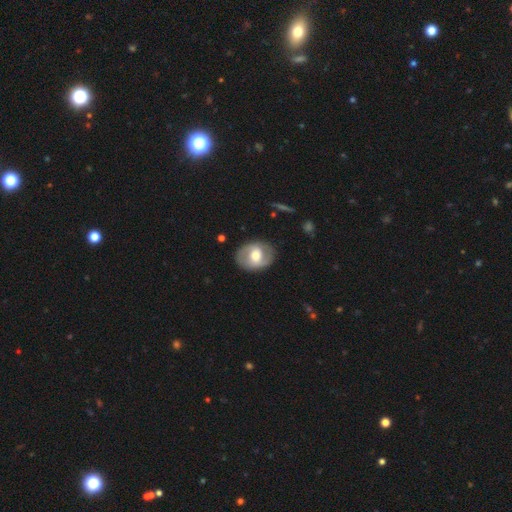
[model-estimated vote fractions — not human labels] This is possibly a featured or disk galaxy (59%). It is clearly not viewed edge-on (96%). Bar: marginally weak (42%). Spiral arm pattern: likely yes (65%). Central bulge: likely moderate (71%). Merging: clearly none (83%).